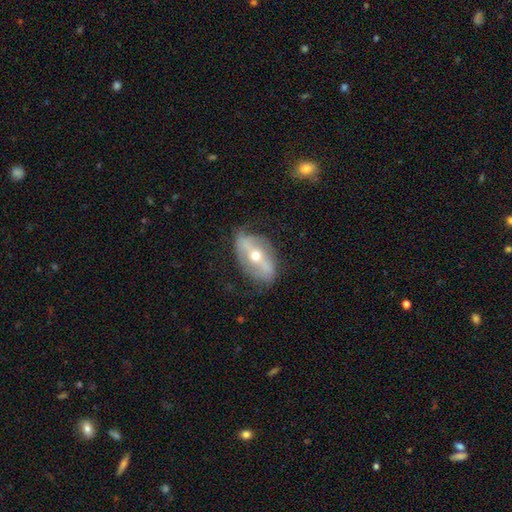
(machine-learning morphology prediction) Smooth or featured? Predicted: featured or disk (p=0.75). Edge-on disk? Predicted: no (p=0.85). Bar? Predicted: strong (p=0.57). Spiral arms? Predicted: yes (p=0.65). Bulge size? Predicted: moderate (p=0.62). Merging? Predicted: none (p=0.69).